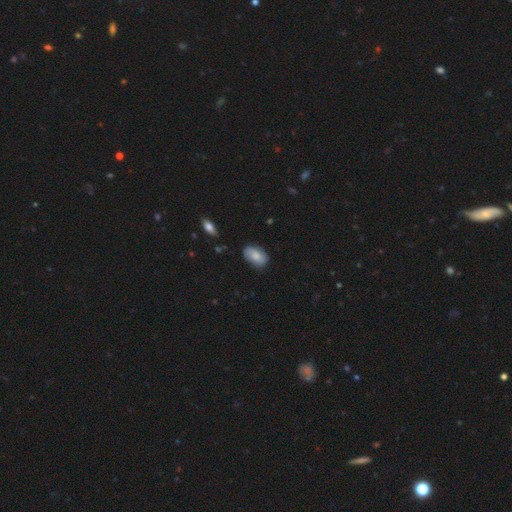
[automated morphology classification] Q: Smooth or featured?
A: smooth (71%); runner-up: featured or disk (22%)
Q: How rounded?
A: in between (90%); runner-up: round (8%)
Q: Merging?
A: none (79%); runner-up: minor disturbance (17%)